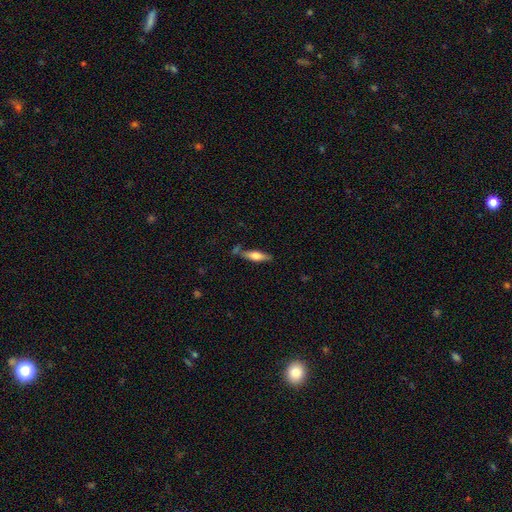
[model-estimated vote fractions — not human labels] smooth-or-featured: smooth: 55% | featured or disk: 39% | star or artifact: 6%
  how-rounded: cigar-shaped: 61% | in between: 37% | round: 2%
  merging: none: 72% | minor disturbance: 16% | merger: 8% | major disturbance: 4%